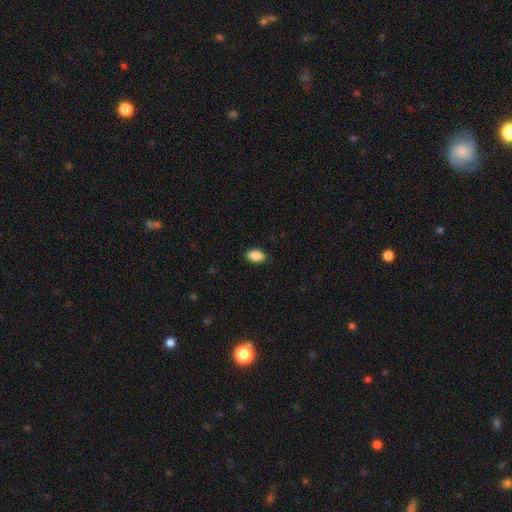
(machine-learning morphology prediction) smooth-or-featured: smooth: 89% | star or artifact: 8% | featured or disk: 4%
  how-rounded: in between: 89% | round: 10% | cigar-shaped: 1%
  merging: none: 87% | minor disturbance: 10% | major disturbance: 2% | merger: 1%